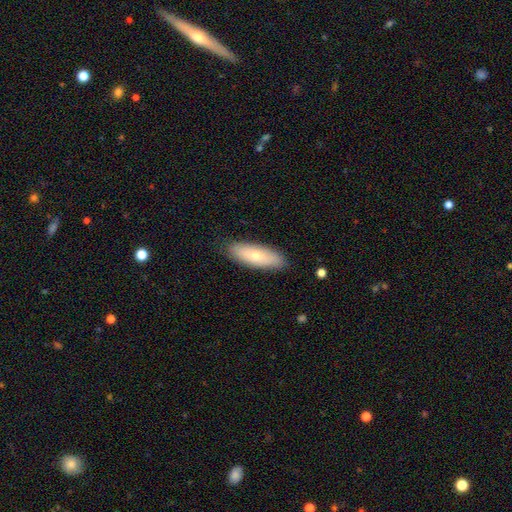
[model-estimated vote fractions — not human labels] Smooth or featured? Predicted: smooth (p=0.71). How rounded? Predicted: in between (p=0.59). Merging? Predicted: none (p=0.85).